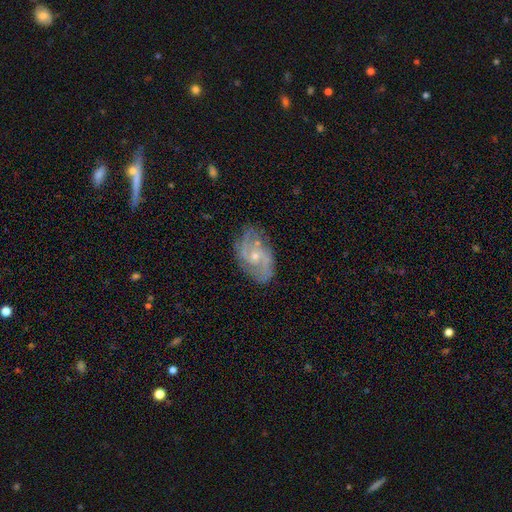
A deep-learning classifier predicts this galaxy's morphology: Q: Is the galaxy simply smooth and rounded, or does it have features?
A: featured or disk — 80%.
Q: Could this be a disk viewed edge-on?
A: no — 96%.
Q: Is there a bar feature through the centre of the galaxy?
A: no — 65%.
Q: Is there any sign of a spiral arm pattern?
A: yes — 91%.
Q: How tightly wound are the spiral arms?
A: medium — 46%.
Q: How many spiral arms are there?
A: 2 — 55%.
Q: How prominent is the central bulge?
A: small — 64%.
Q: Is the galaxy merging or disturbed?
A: none — 71%.